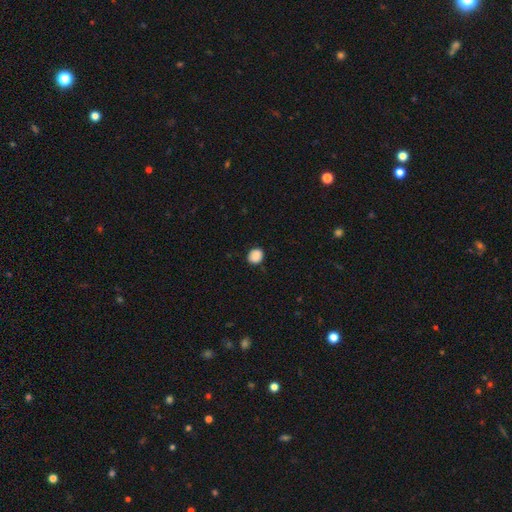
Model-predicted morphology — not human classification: The model was most divided on "how rounded": round: 75%, in between: 25%, cigar-shaped: 1%. More confident: smooth or featured — smooth (88%); merging — none (85%).